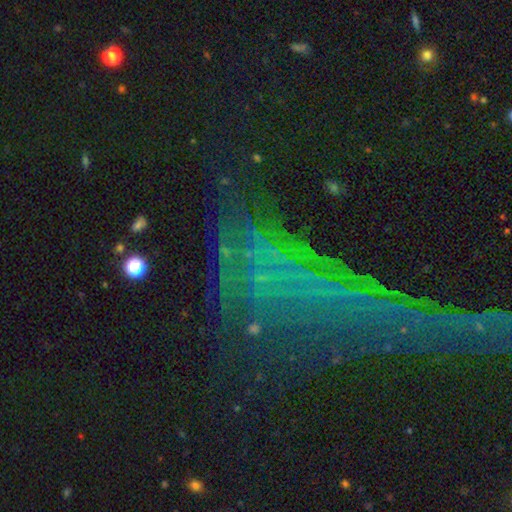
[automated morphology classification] This is likely a star or artifact rather than a galaxy (65%).